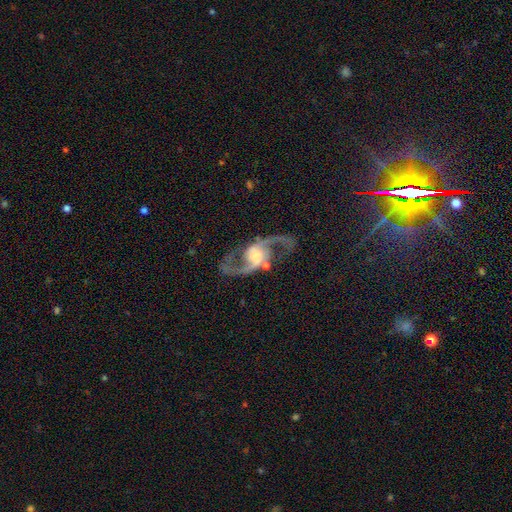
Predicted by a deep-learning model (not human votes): smooth_or_featured: featured or disk (p=0.92) [alt: star or artifact p=0.05]
disk_edge_on: no (p=0.97) [alt: yes p=0.03]
bar: no (p=0.47) [alt: weak p=0.36]
has_spiral_arms: yes (p=0.97) [alt: no p=0.03]
spiral_winding: loose (p=0.58) [alt: medium p=0.37]
spiral_arm_count: 2 (p=0.95) [alt: 1 p=0.01]
bulge_size: moderate (p=0.37) [alt: large p=0.27]
merging: none (p=0.77) [alt: minor disturbance p=0.11]